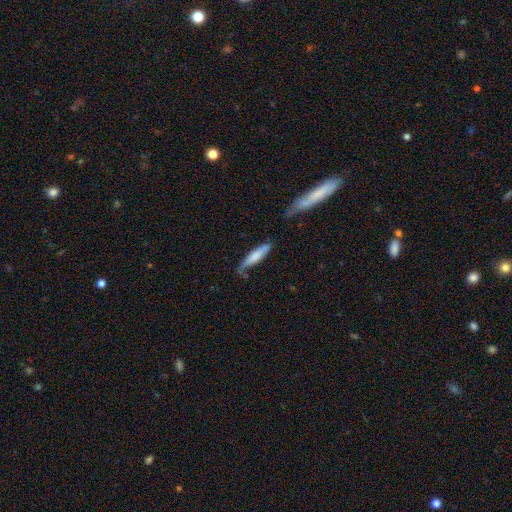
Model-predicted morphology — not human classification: Smooth or featured: smooth — 70% (featured or disk — 24%)
How rounded: cigar-shaped — 81% (in between — 17%)
Merging: none — 62% (minor disturbance — 26%)